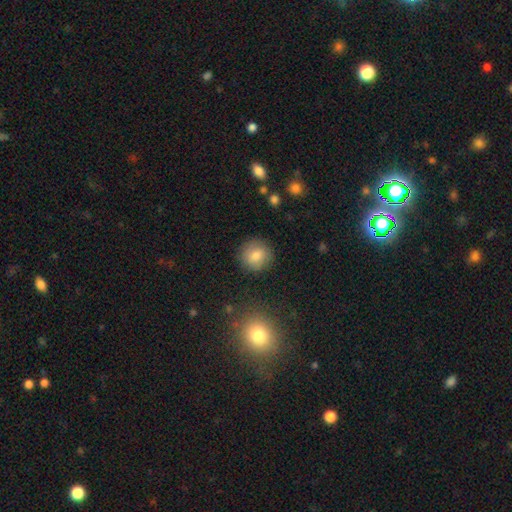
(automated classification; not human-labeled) Overall: smooth (79%). How rounded: round (90%). Merging: none (88%).